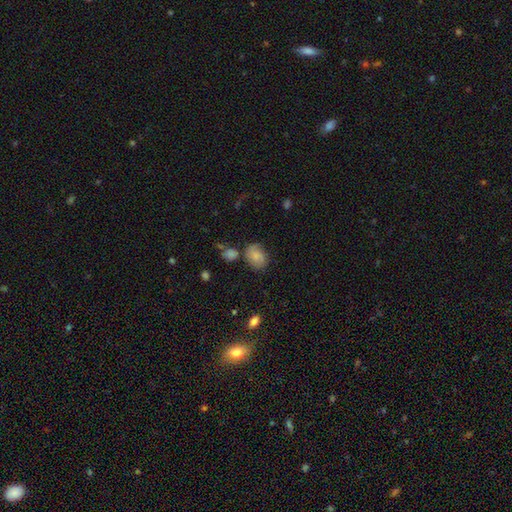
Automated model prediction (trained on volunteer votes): Overall: smooth (74%). How rounded: in between (69%; round 30%). Merging: none (63%; minor disturbance 23%).